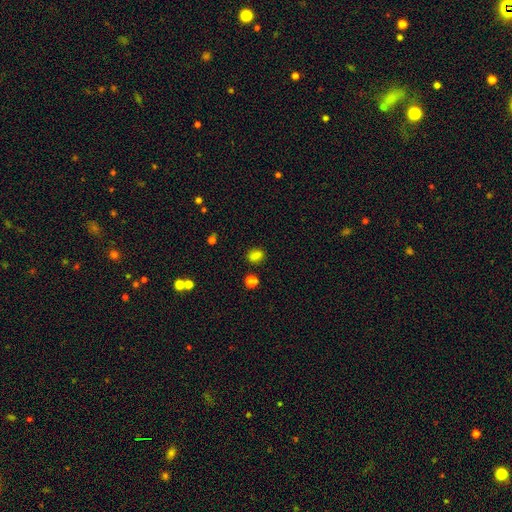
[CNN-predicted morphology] Q: Smooth or featured?
A: smooth (81%); runner-up: star or artifact (14%)
Q: How rounded?
A: in between (59%); runner-up: round (39%)
Q: Merging?
A: none (82%); runner-up: minor disturbance (11%)